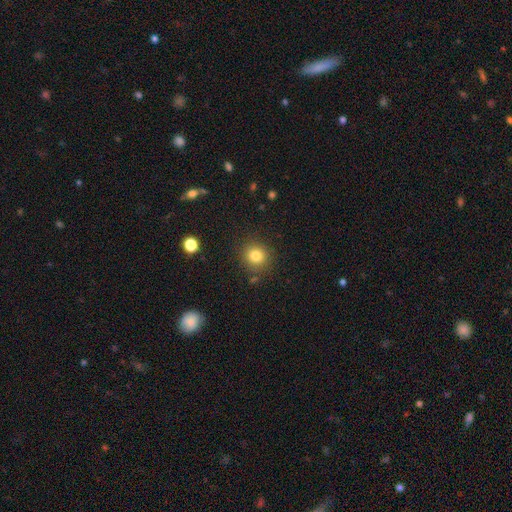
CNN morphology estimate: Smooth or featured?
  - smooth: 82% *
  - star or artifact: 12%
  - featured or disk: 6%
How rounded?
  - round: 89% *
  - in between: 10%
  - cigar-shaped: 1%
Merging?
  - none: 86% *
  - minor disturbance: 8%
  - major disturbance: 3%
  - merger: 3%